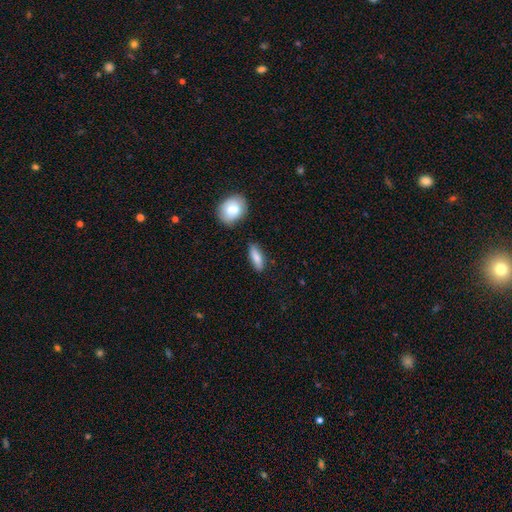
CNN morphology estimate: A smooth galaxy with no disk features (80%) that is in between round and cigar-shaped (56%).

Vote fractions:
- Smooth or featured? smooth: 80% / featured or disk: 13% / star or artifact: 6%
- How rounded? in between: 56% / cigar-shaped: 40% / round: 3%
- Merging? none: 80% / minor disturbance: 14% / merger: 4% / major disturbance: 3%